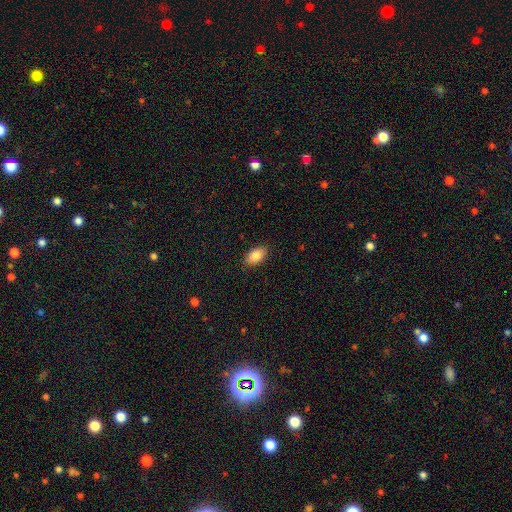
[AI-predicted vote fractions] This appears to be a smooth galaxy with no disk features (85%) that is in between round and cigar-shaped (92%). Merging: none (87%).